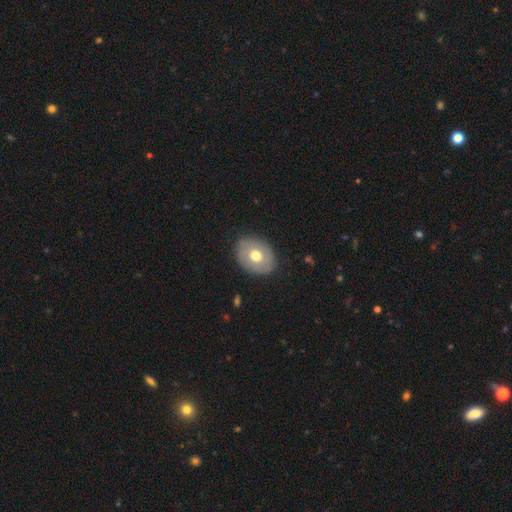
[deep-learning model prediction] Smooth or featured? Predicted: smooth (p=0.61). How rounded? Predicted: in between (p=0.64). Merging? Predicted: none (p=0.85).